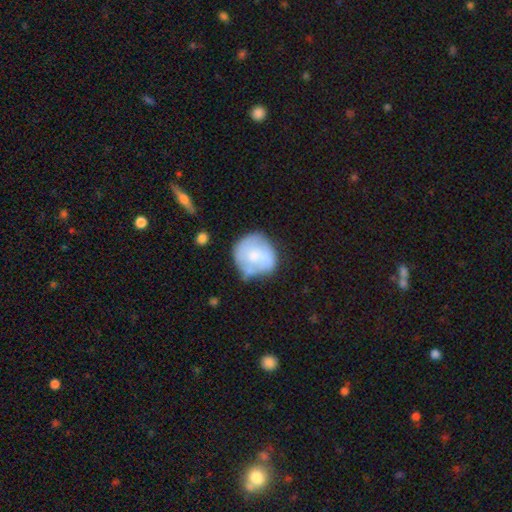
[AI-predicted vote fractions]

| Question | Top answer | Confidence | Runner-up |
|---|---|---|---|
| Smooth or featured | smooth | 58% | featured or disk (35%) |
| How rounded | round | 84% | in between (15%) |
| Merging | none | 48% | minor disturbance (30%) |